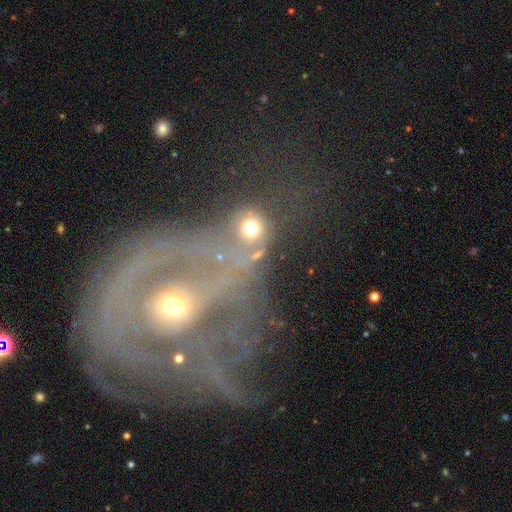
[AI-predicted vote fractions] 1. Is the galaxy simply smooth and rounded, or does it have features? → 48% featured or disk, 35% smooth, 18% star or artifact.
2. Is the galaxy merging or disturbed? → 37% none, 28% merger, 21% major disturbance, 14% minor disturbance.